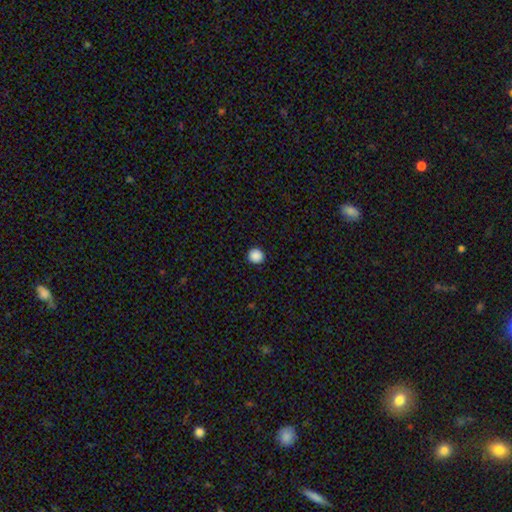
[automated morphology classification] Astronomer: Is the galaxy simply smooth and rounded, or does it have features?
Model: smooth — 88%.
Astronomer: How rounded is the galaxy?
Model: round — 94%.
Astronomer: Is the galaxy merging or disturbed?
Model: none — 93%.